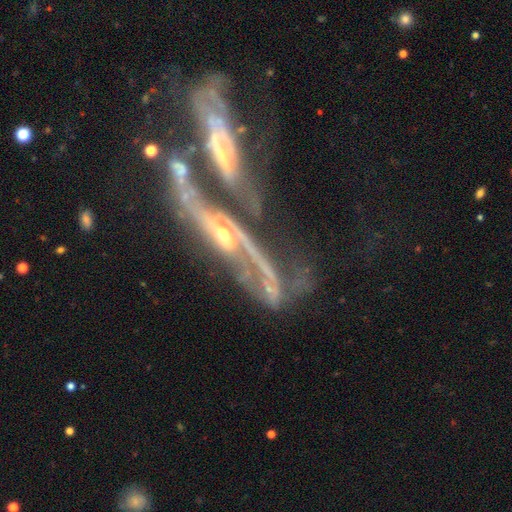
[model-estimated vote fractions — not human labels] Smooth or featured? featured or disk (80%)
Edge-on disk? no (77%)
Bar? no (55%)
Spiral arms? yes (76%)
Bulge size? small (47%)
Merging? merger (51%)